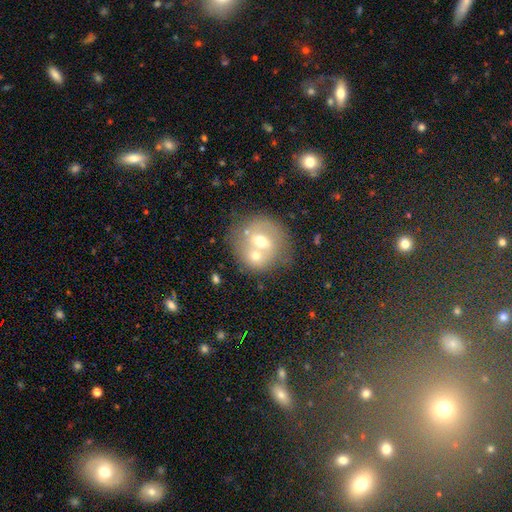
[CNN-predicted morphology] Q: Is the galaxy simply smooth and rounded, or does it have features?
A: smooth — 49%.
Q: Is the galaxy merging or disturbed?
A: merger — 49%.